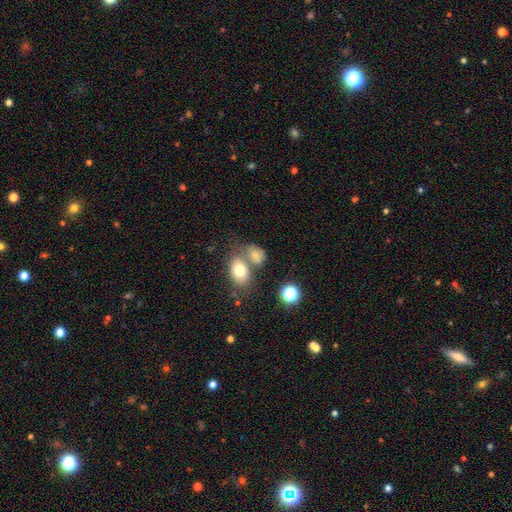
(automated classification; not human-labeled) Smooth or featured?
  - smooth: 73% *
  - featured or disk: 14%
  - star or artifact: 12%
How rounded?
  - in between: 72% *
  - round: 26%
  - cigar-shaped: 2%
Merging?
  - merger: 42% *
  - none: 37%
  - minor disturbance: 14%
  - major disturbance: 7%